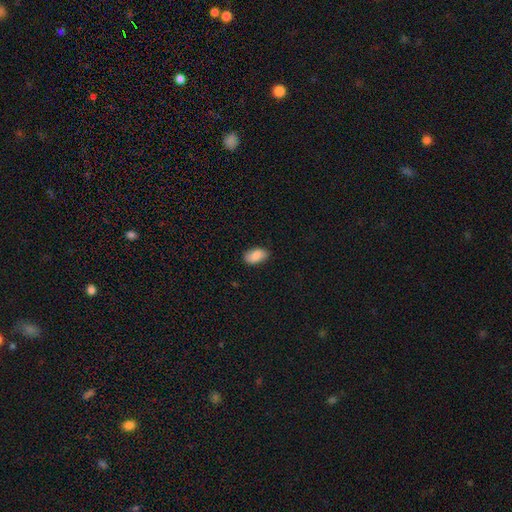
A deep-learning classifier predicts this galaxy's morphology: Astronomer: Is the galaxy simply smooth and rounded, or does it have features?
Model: smooth — 84%.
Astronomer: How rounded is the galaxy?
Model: in between — 93%.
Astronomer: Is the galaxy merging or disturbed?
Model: none — 82%.